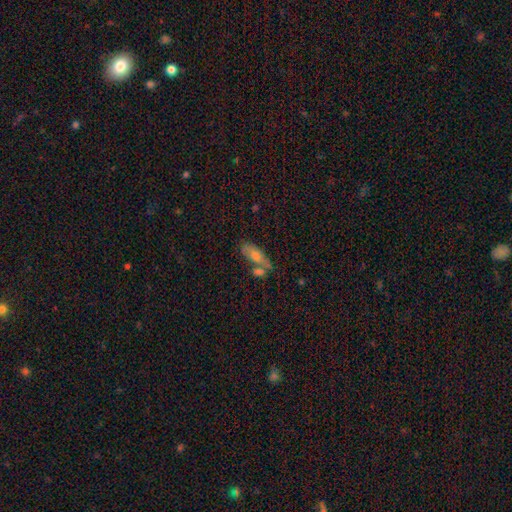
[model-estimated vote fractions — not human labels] This appears to be a smooth galaxy with no disk features (54%) that is in between round and cigar-shaped (70%). Merging: none (51%).